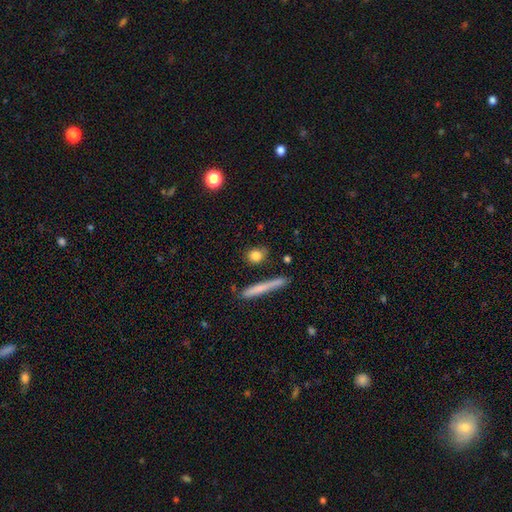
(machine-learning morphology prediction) smooth_or_featured: smooth (p=0.81) [alt: featured or disk p=0.11]
how_rounded: round (p=0.52) [alt: in between p=0.29]
merging: none (p=0.79) [alt: minor disturbance p=0.13]